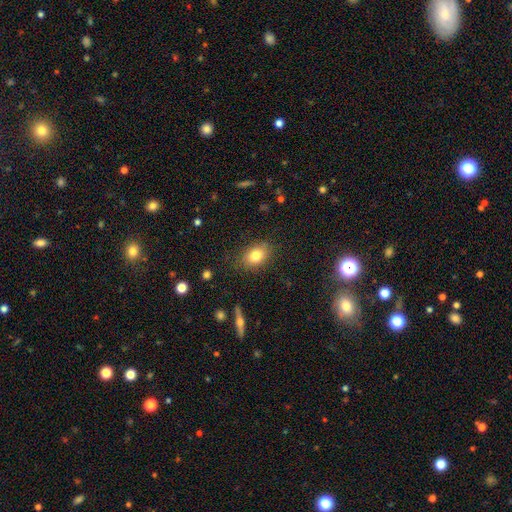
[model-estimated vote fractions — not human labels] smooth_or_featured: smooth (p=0.80) [alt: featured or disk p=0.10]
how_rounded: in between (p=0.74) [alt: round p=0.25]
merging: none (p=0.83) [alt: minor disturbance p=0.13]